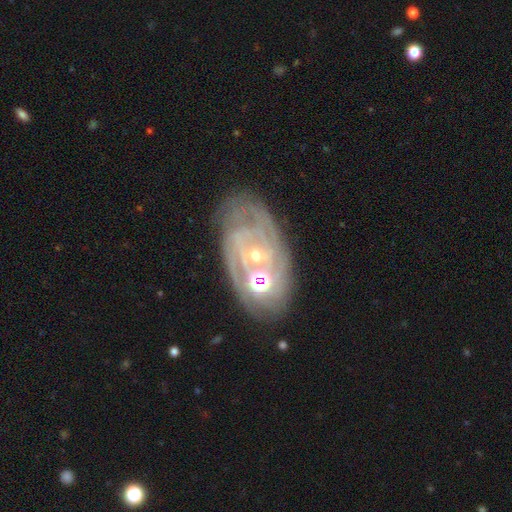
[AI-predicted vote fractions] Smooth or featured? Predicted: featured or disk (p=0.79). Edge-on disk? Predicted: no (p=0.95). Bar? Predicted: no (p=0.58). Spiral arms? Predicted: yes (p=0.91). Spiral winding? Predicted: tight (p=0.66). Spiral arm count? Predicted: can't tell (p=0.31). Bulge size? Predicted: small (p=0.63). Merging? Predicted: none (p=0.62).